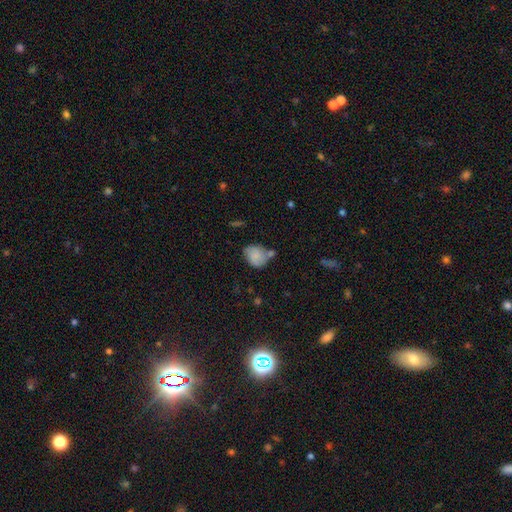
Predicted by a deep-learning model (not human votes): The model was most divided on "how rounded": round: 54%, in between: 45%, cigar-shaped: 1%. Remaining: smooth or featured — smooth (75%); merging — none (43%).